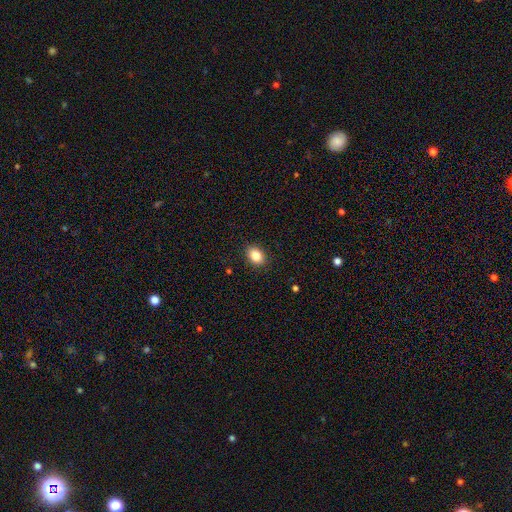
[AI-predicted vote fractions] A smooth galaxy with no disk features (85%) that is in between round and cigar-shaped (67%). Merging: none (89%).